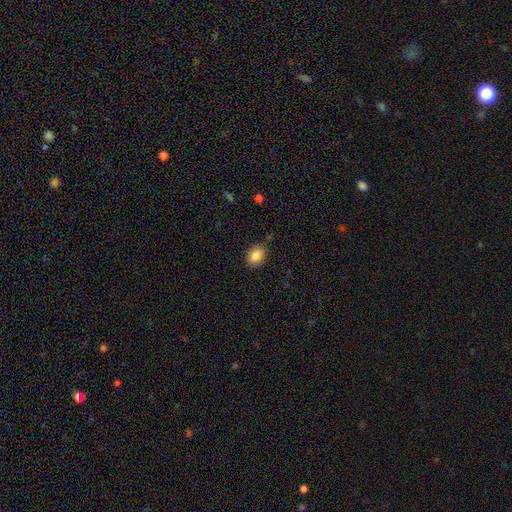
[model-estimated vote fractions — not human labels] Smooth or featured?
  - smooth: 84% *
  - star or artifact: 9%
  - featured or disk: 7%
How rounded?
  - in between: 65% *
  - round: 34%
  - cigar-shaped: 1%
Merging?
  - none: 81% *
  - minor disturbance: 14%
  - major disturbance: 3%
  - merger: 2%